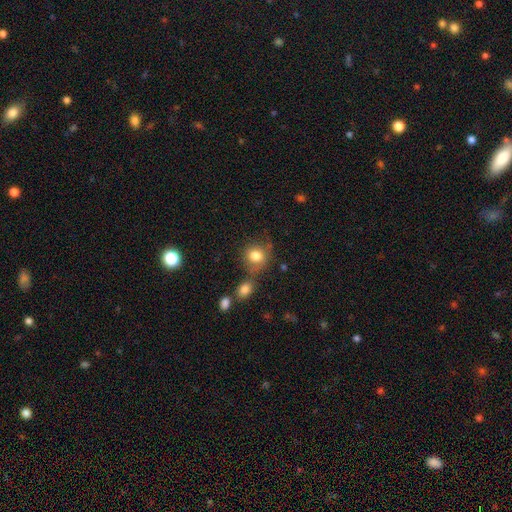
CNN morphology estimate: smooth-or-featured: smooth: 82% | star or artifact: 10% | featured or disk: 8%
  how-rounded: round: 78% | in between: 21% | cigar-shaped: 1%
  merging: none: 60% | minor disturbance: 17% | merger: 16% | major disturbance: 7%